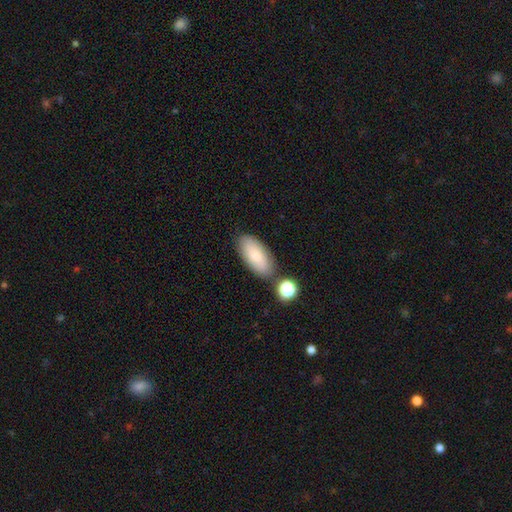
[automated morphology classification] A smooth galaxy with no disk features (78%) that is in between round and cigar-shaped (89%).

Vote fractions:
- Smooth or featured? smooth: 78% / featured or disk: 14% / star or artifact: 8%
- How rounded? in between: 89% / cigar-shaped: 8% / round: 3%
- Merging? none: 78% / minor disturbance: 12% / merger: 7% / major disturbance: 3%